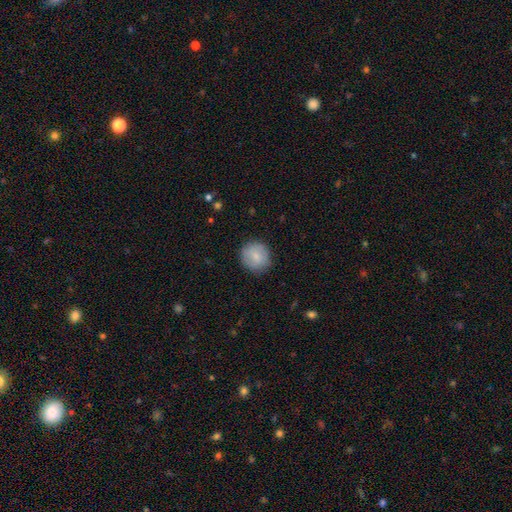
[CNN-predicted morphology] smooth_or_featured: smooth (p=0.79) [alt: featured or disk p=0.14]
how_rounded: round (p=0.91) [alt: in between p=0.08]
merging: none (p=0.85) [alt: minor disturbance p=0.11]